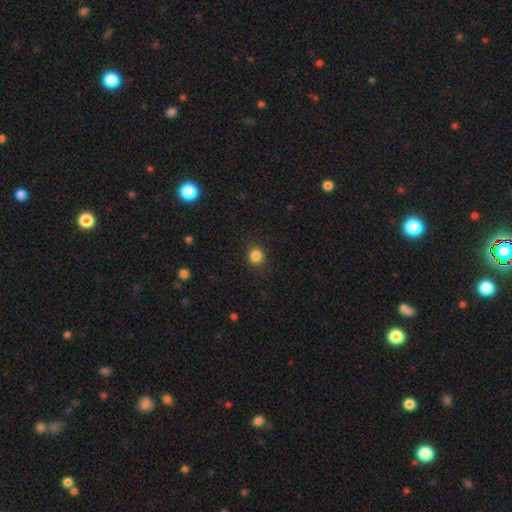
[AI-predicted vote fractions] Smooth or featured: smooth — 84% (star or artifact — 12%)
How rounded: round — 84% (in between — 15%)
Merging: none — 87% (minor disturbance — 9%)